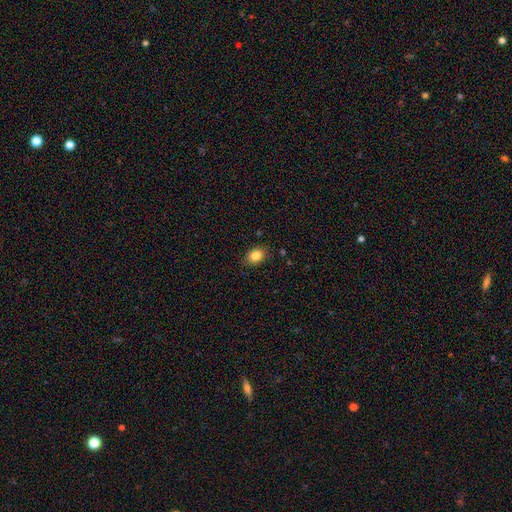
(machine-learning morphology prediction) The model was most divided on "how rounded": in between: 73%, round: 26%, cigar-shaped: 1%. More confident: merging — none (85%); smooth or featured — smooth (84%).